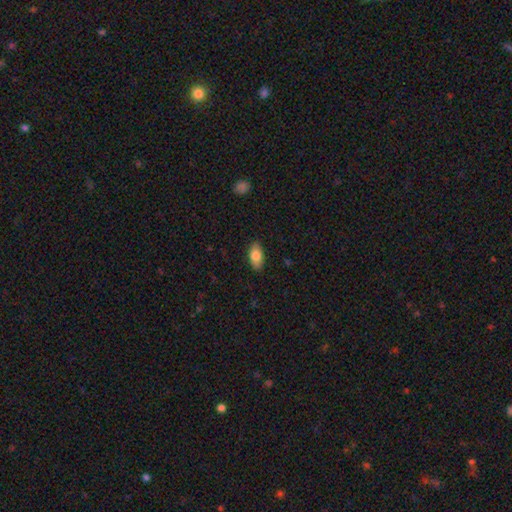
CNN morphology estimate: A smooth galaxy with no disk features (79%) that is in between round and cigar-shaped (91%). Merging: none (87%).